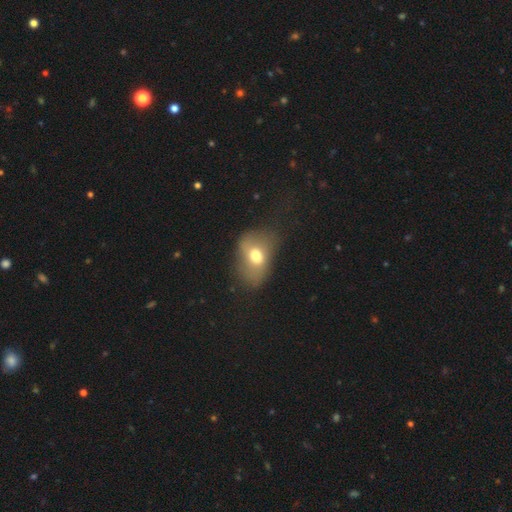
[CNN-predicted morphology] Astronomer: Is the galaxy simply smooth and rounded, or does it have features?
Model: smooth — 61%.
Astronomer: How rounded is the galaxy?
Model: in between — 77%.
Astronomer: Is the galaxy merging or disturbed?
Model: none — 51% (runner-up: minor disturbance, 27%).